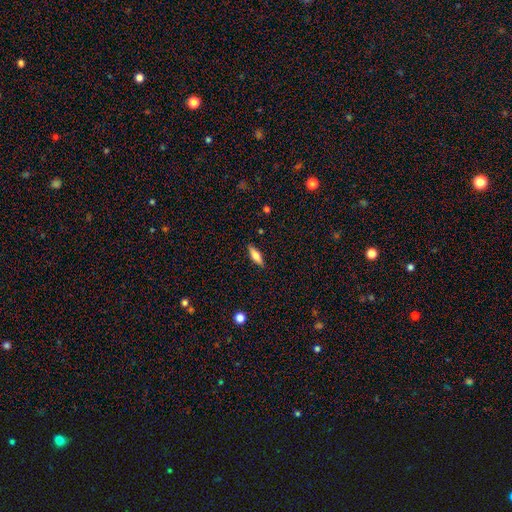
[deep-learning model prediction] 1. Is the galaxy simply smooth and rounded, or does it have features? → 62% smooth, 31% featured or disk, 7% star or artifact.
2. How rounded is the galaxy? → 50% cigar-shaped, 48% in between, 3% round.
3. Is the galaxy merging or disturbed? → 88% none, 9% minor disturbance, 2% major disturbance, 1% merger.